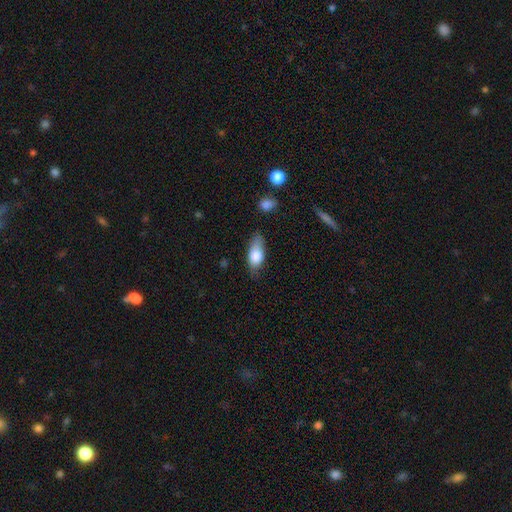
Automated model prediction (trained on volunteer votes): Morphology: type=smooth (78%); roundness=in between (82%); merging=none (59%).